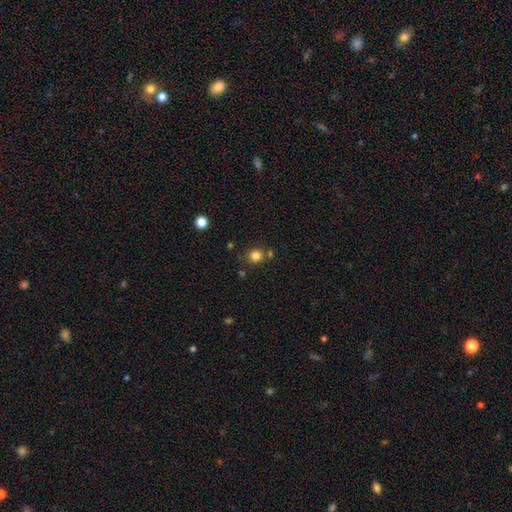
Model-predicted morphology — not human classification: smooth_or_featured: smooth (p=0.81) [alt: star or artifact p=0.13]
how_rounded: round (p=0.86) [alt: in between p=0.13]
merging: none (p=0.76) [alt: merger p=0.11]